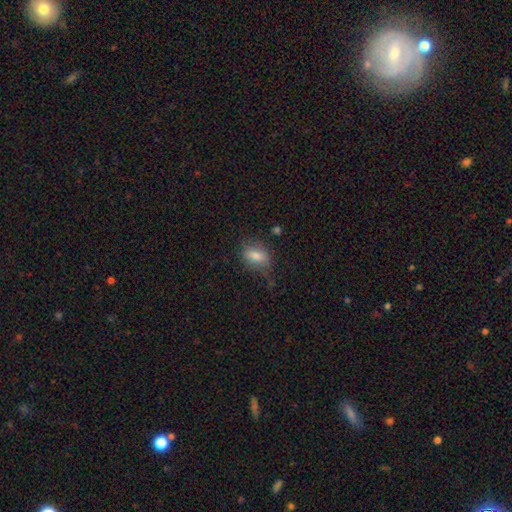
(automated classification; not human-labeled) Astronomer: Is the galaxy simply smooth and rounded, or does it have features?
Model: smooth — 77%.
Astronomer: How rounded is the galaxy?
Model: in between — 80%.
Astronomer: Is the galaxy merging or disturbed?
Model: none — 67%.